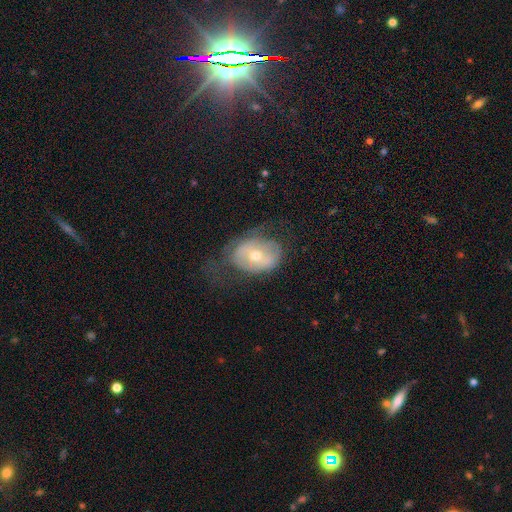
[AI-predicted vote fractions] Smooth or featured? featured or disk (52%)
Edge-on disk? no (93%)
Merging? none (44%)